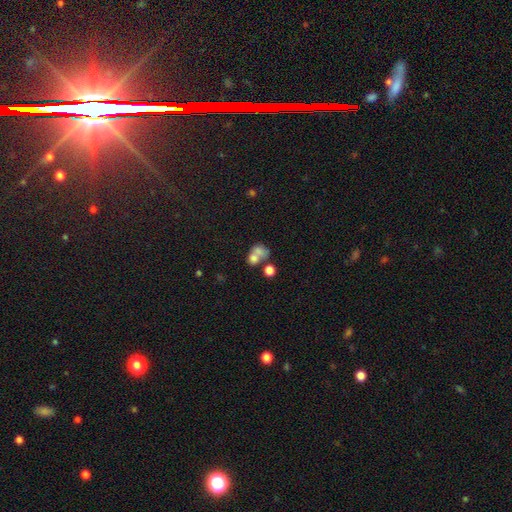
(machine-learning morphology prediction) Q: Smooth or featured?
A: smooth (67%); runner-up: featured or disk (20%)
Q: How rounded?
A: in between (50%); runner-up: round (49%)
Q: Merging?
A: merger (58%); runner-up: none (24%)